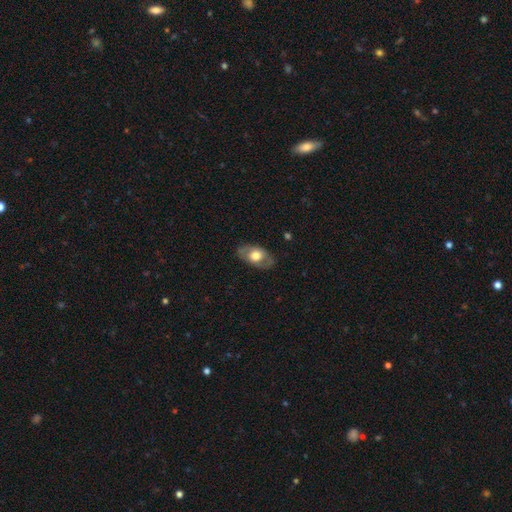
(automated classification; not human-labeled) Smooth or featured: smooth — 53% (featured or disk — 41%)
How rounded: in between — 88% (round — 10%)
Merging: none — 80% (minor disturbance — 15%)